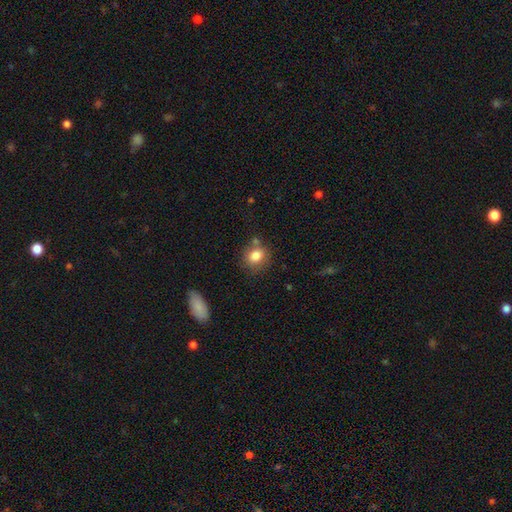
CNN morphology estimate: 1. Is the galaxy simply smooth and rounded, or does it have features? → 82% smooth, 9% star or artifact, 8% featured or disk.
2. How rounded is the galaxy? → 68% round, 31% in between, 1% cigar-shaped.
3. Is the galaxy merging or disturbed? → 69% none, 16% minor disturbance, 11% merger, 5% major disturbance.